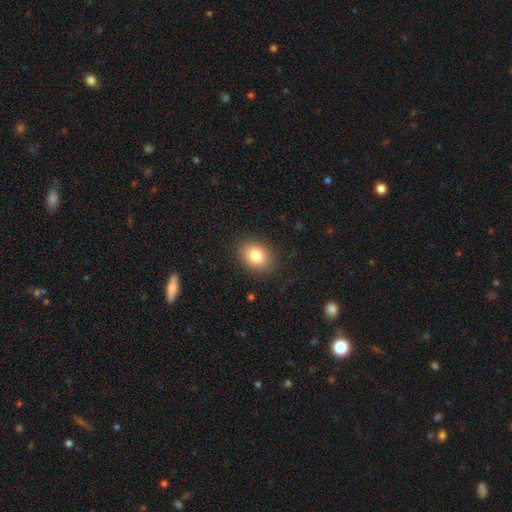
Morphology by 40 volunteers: This appears to be a smooth galaxy with no disk features (85%) that is in between round and cigar-shaped (79%). Merging: none (98%).